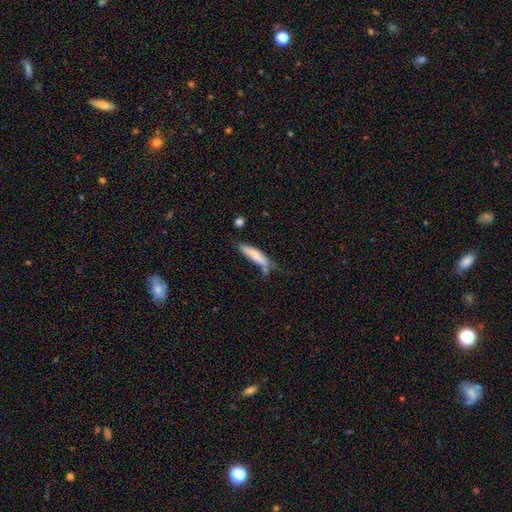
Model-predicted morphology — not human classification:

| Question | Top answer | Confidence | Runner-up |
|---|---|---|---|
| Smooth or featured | smooth | 70% | featured or disk (23%) |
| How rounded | cigar-shaped | 79% | in between (20%) |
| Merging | none | 47% | minor disturbance (30%) |